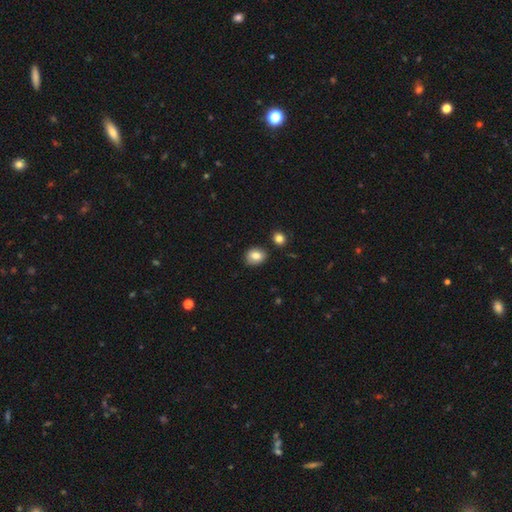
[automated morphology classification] smooth_or_featured: smooth (p=0.82) [alt: featured or disk p=0.09]
how_rounded: in between (p=0.51) [alt: round p=0.48]
merging: none (p=0.82) [alt: minor disturbance p=0.12]